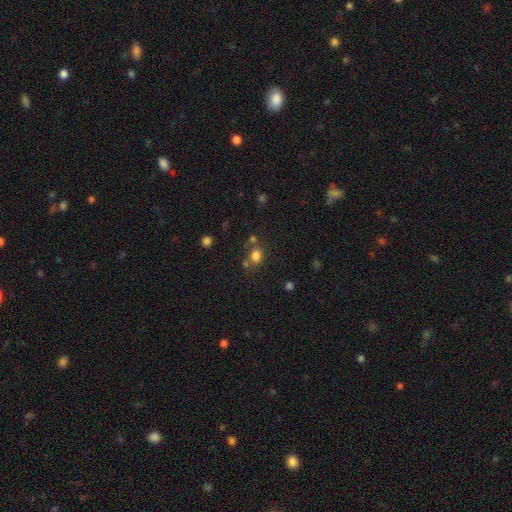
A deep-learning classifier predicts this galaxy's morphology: smooth_or_featured: smooth (p=0.77) [alt: star or artifact p=0.15]
how_rounded: round (p=0.67) [alt: in between p=0.32]
merging: none (p=0.61) [alt: merger p=0.21]